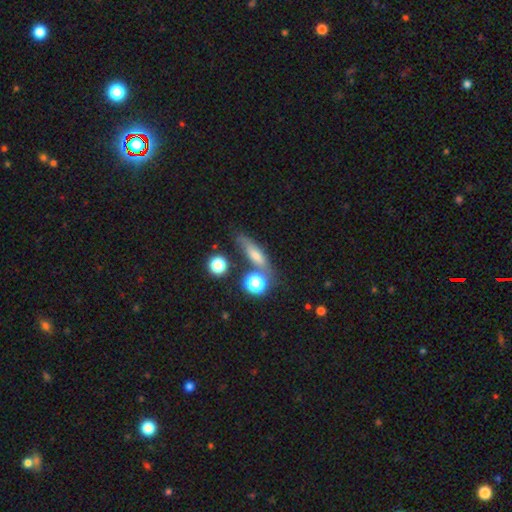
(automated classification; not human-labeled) A smooth galaxy with no disk features (59%) that is cigar-shaped (53%).

Vote fractions:
- Smooth or featured? smooth: 59% / featured or disk: 25% / star or artifact: 15%
- How rounded? cigar-shaped: 53% / in between: 34% / round: 13%
- Merging? none: 61% / minor disturbance: 18% / merger: 13% / major disturbance: 8%